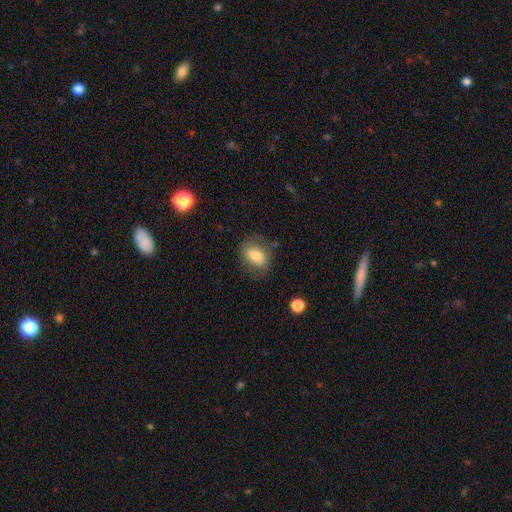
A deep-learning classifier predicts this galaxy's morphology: Smooth or featured?
  - smooth: 77% *
  - featured or disk: 15%
  - star or artifact: 8%
How rounded?
  - in between: 70% *
  - round: 28%
  - cigar-shaped: 1%
Merging?
  - none: 73% *
  - minor disturbance: 18%
  - major disturbance: 7%
  - merger: 2%